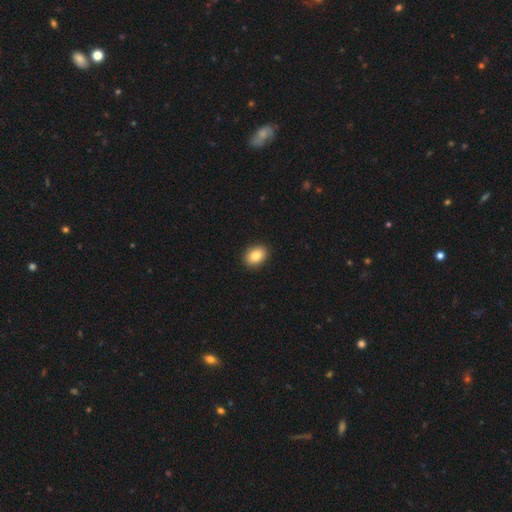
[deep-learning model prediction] smooth_or_featured: smooth (p=0.86) [alt: star or artifact p=0.08]
how_rounded: in between (p=0.70) [alt: round p=0.29]
merging: none (p=0.91) [alt: minor disturbance p=0.06]